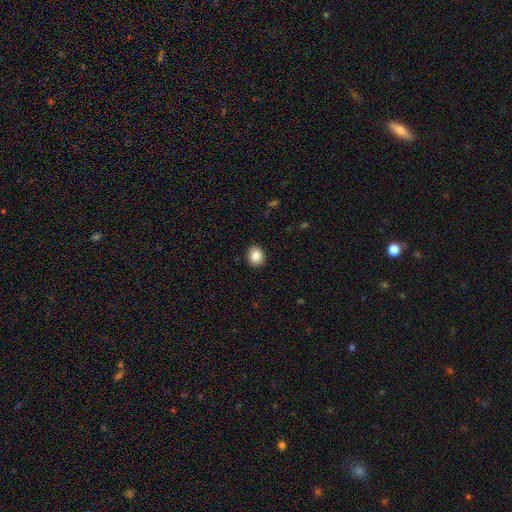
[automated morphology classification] Q: Smooth or featured?
A: smooth (84%); runner-up: star or artifact (9%)
Q: How rounded?
A: round (64%); runner-up: in between (35%)
Q: Merging?
A: none (90%); runner-up: minor disturbance (7%)